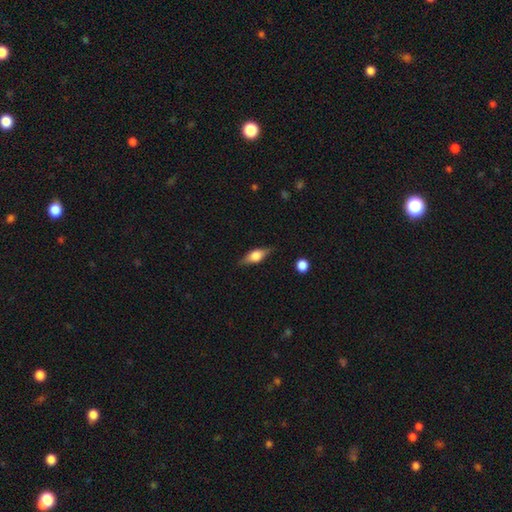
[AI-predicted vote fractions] Smooth or featured?
  - smooth: 47% *
  - featured or disk: 46%
  - star or artifact: 7%
Merging?
  - none: 79% *
  - minor disturbance: 15%
  - major disturbance: 4%
  - merger: 2%